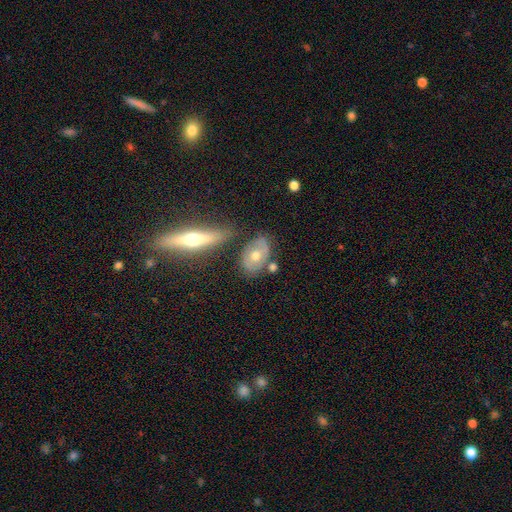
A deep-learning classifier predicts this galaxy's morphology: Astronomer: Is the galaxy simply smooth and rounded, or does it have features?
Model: featured or disk — 52% (runner-up: smooth, 41%).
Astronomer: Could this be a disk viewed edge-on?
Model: no — 75%.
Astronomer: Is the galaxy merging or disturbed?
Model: none — 68%.